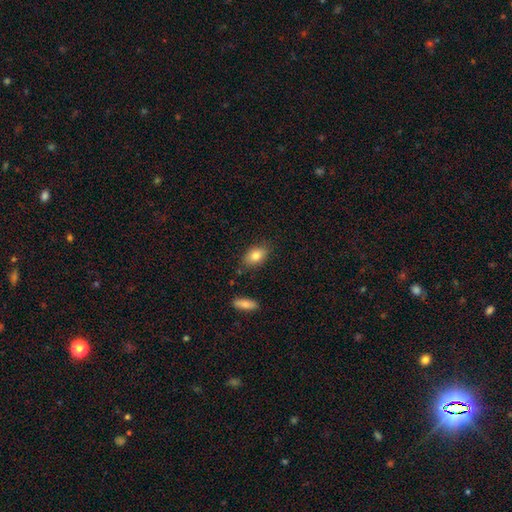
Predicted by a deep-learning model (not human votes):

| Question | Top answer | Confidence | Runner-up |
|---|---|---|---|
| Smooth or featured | smooth | 82% | featured or disk (10%) |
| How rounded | in between | 87% | round (10%) |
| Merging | none | 81% | minor disturbance (14%) |